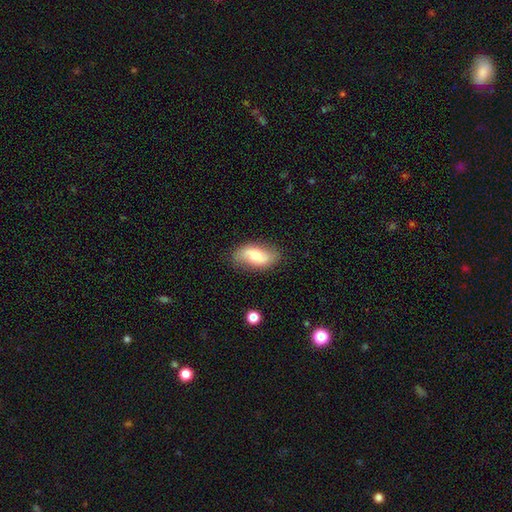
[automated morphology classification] This is possibly a smooth galaxy (53%). How rounded: clearly in between (90%). Merging: likely none (77%).